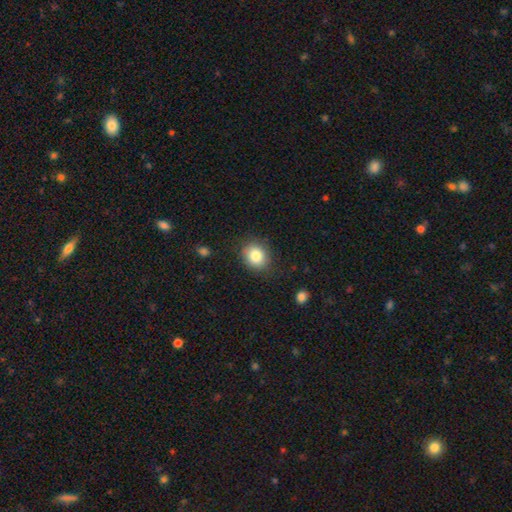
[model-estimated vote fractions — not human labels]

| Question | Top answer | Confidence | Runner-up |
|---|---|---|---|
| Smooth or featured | smooth | 83% | star or artifact (9%) |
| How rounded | round | 67% | in between (33%) |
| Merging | none | 83% | minor disturbance (12%) |